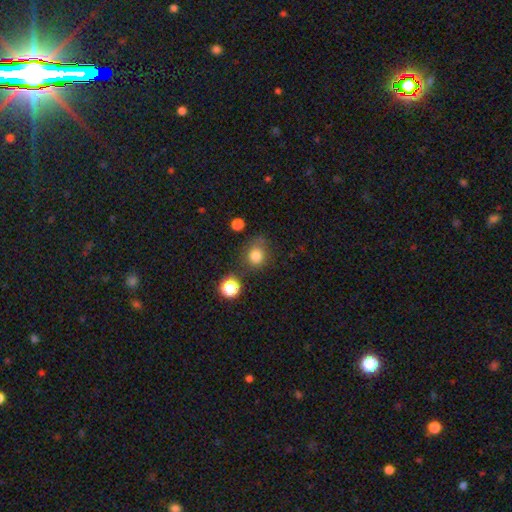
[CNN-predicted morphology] Smooth or featured? Predicted: smooth (p=0.80). How rounded? Predicted: round (p=0.77). Merging? Predicted: none (p=0.66).